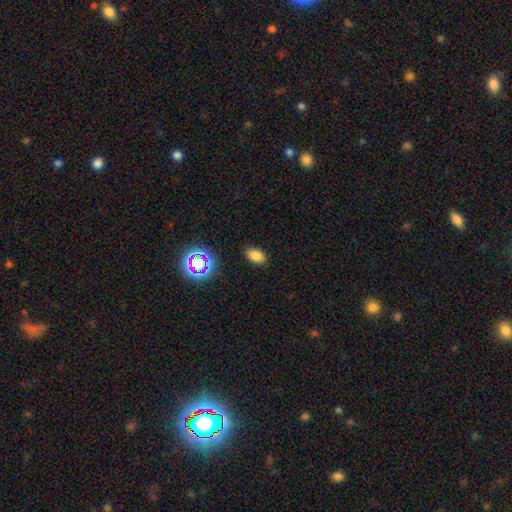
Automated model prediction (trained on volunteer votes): smooth_or_featured: smooth (p=0.79) [alt: star or artifact p=0.15]
how_rounded: in between (p=0.86) [alt: round p=0.12]
merging: none (p=0.87) [alt: minor disturbance p=0.09]